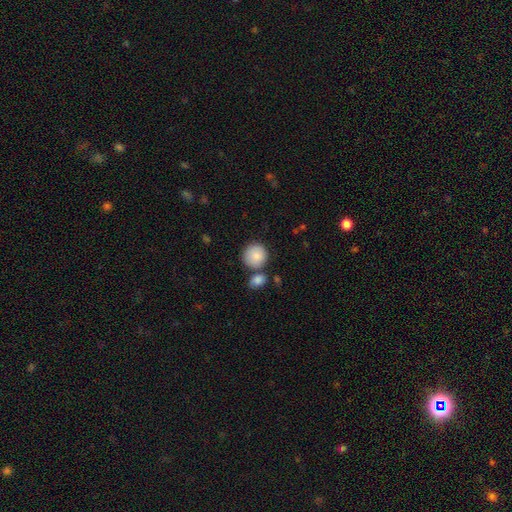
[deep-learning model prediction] Smooth or featured?
  - smooth: 86% *
  - featured or disk: 7%
  - star or artifact: 7%
How rounded?
  - round: 91% *
  - in between: 8%
  - cigar-shaped: 1%
Merging?
  - none: 67% *
  - merger: 19%
  - minor disturbance: 11%
  - major disturbance: 3%